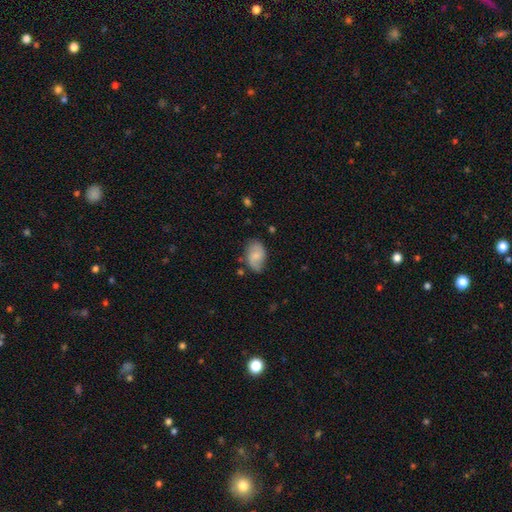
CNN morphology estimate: smooth_or_featured: smooth (p=0.51) [alt: featured or disk p=0.41]
how_rounded: in between (p=0.87) [alt: round p=0.11]
merging: none (p=0.66) [alt: minor disturbance p=0.25]